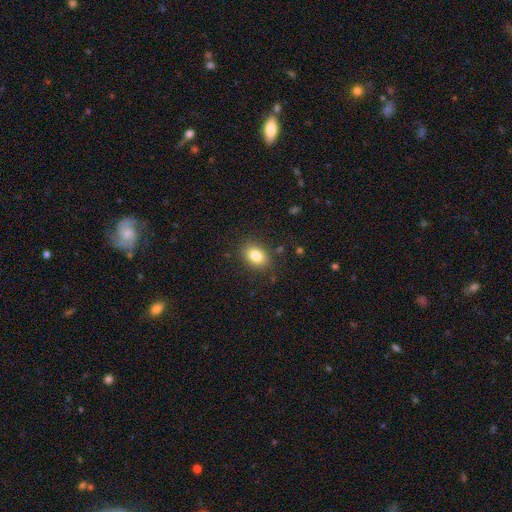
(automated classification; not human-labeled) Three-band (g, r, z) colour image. It shows a smooth galaxy with no disk features (83%) that is in between round and cigar-shaped (74%). Merging: none (85%).